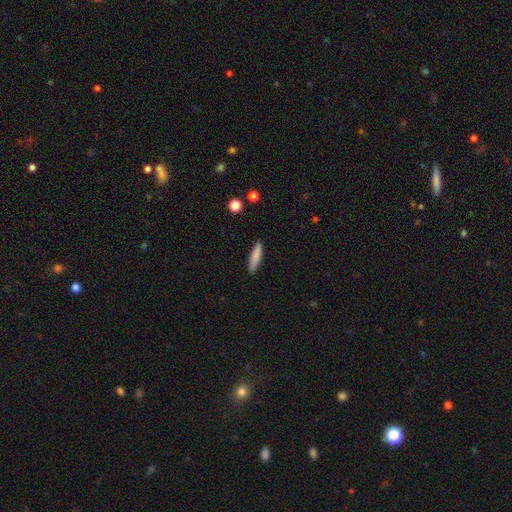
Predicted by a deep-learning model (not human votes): This is clearly a smooth galaxy (82%). How rounded: clearly cigar-shaped (81%). Merging: clearly none (88%).